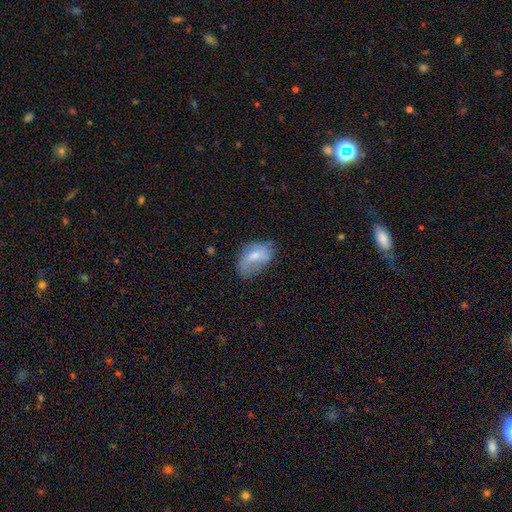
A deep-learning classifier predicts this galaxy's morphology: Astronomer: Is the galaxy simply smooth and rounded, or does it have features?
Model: smooth — 57% (runner-up: featured or disk, 35%).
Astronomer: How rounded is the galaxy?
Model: in between — 88%.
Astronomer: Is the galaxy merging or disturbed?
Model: none — 49% (runner-up: minor disturbance, 33%).